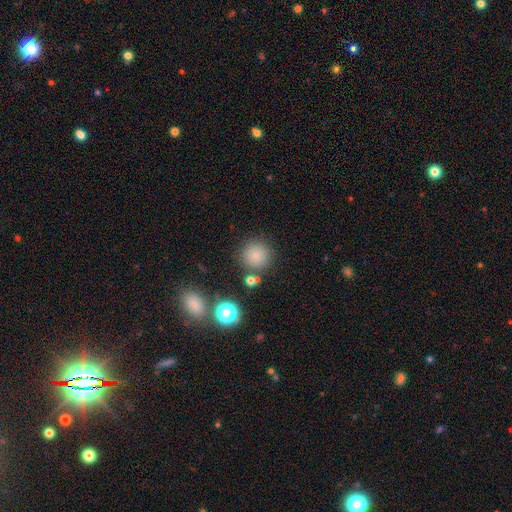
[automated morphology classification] Overall: smooth (80%). How rounded: round (95%). Merging: none (83%).